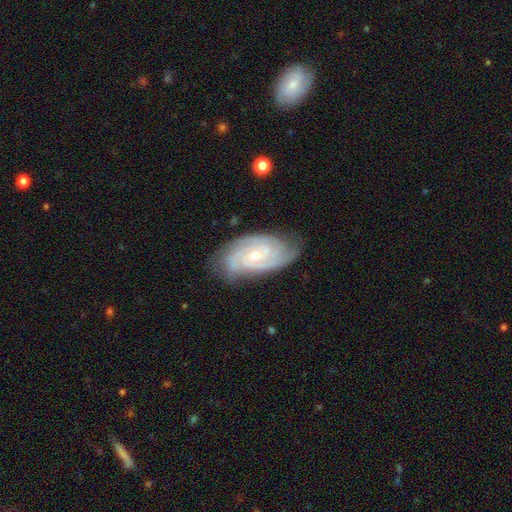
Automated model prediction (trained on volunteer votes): A featured or disk galaxy (86%) with no bar (59%), 3 (29%, tied with 2) tight (68%) spiral arms (97%) and a small central bulge (62%). Merging: none (76%).